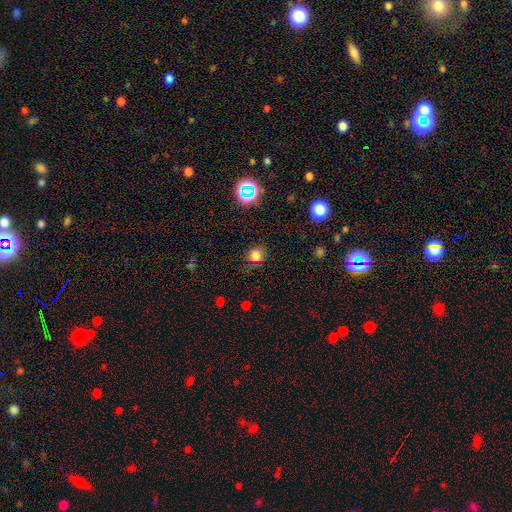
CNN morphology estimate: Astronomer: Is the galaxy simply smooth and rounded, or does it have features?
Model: smooth — 75%.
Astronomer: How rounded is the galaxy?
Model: round — 80%.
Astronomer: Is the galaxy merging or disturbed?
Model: none — 75%.